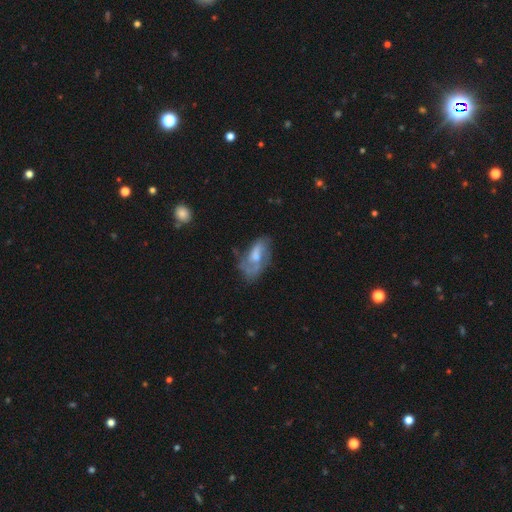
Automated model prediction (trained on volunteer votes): Overall: featured or disk (53%; smooth 39%). Edge-on disk: no (93%). Merging: none (40%; minor disturbance 27%).